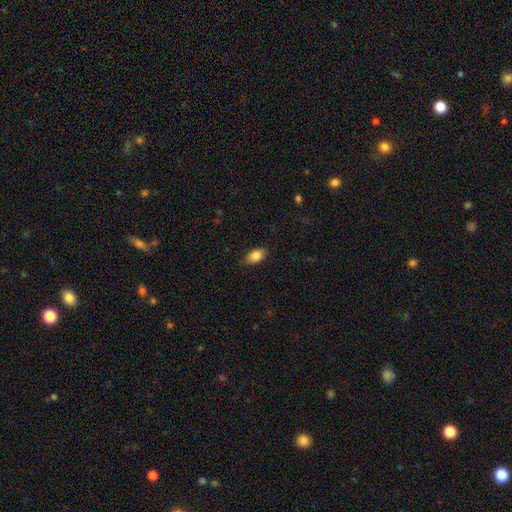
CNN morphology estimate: Q: Smooth or featured?
A: smooth (83%); runner-up: featured or disk (10%)
Q: How rounded?
A: in between (89%); runner-up: round (8%)
Q: Merging?
A: none (82%); runner-up: minor disturbance (14%)